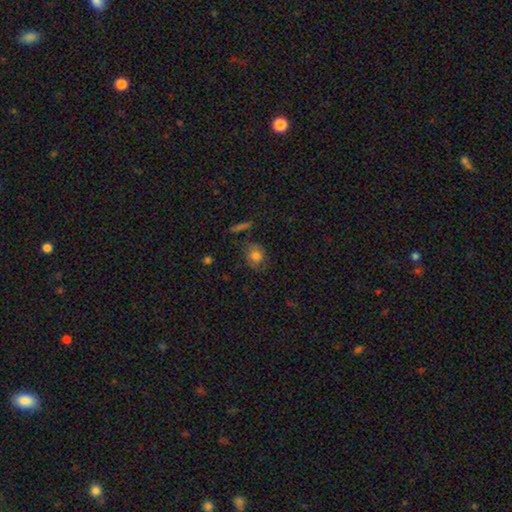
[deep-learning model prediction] Smooth or featured: smooth — 74% (featured or disk — 14%)
How rounded: round — 63% (in between — 36%)
Merging: none — 67% (minor disturbance — 21%)